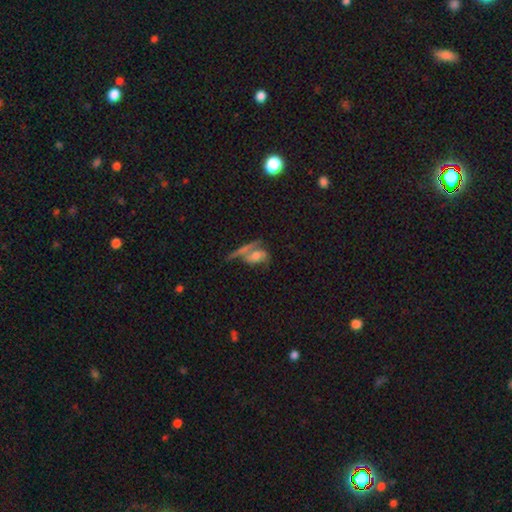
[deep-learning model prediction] Morphology: type=featured or disk (46%); merging=merger (38%).